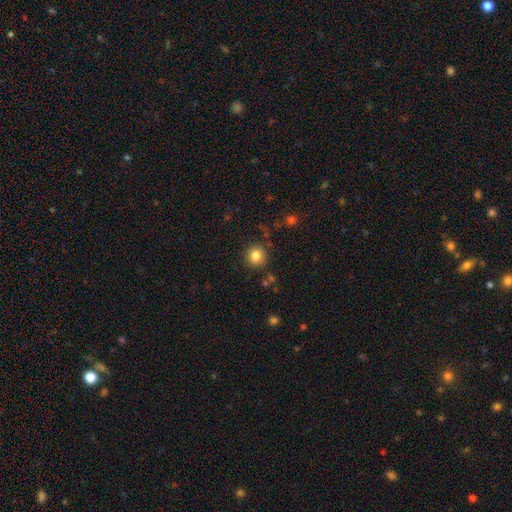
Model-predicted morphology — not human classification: smooth-or-featured: smooth: 82% | star or artifact: 11% | featured or disk: 6%
  how-rounded: round: 92% | in between: 7% | cigar-shaped: 1%
  merging: none: 85% | minor disturbance: 9% | major disturbance: 3% | merger: 3%